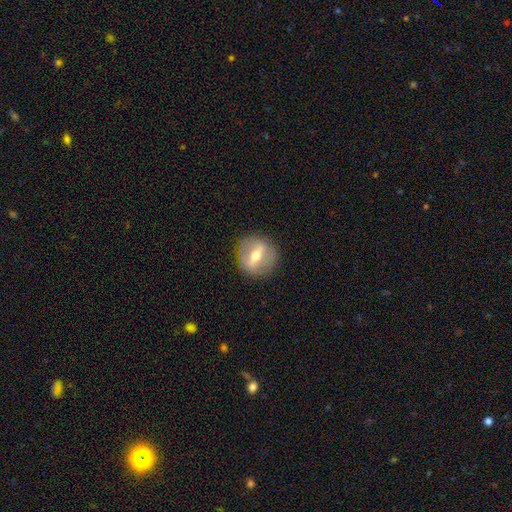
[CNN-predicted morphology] A featured or disk galaxy (65%). Merging: none (85%).